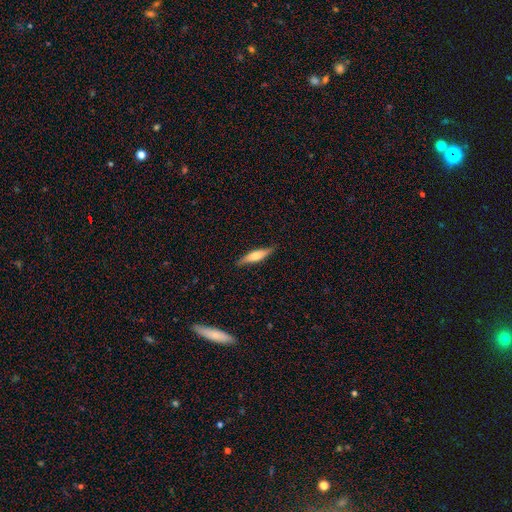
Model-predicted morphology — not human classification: Smooth or featured? Predicted: smooth (p=0.50). How rounded? Predicted: cigar-shaped (p=0.74). Merging? Predicted: none (p=0.86).